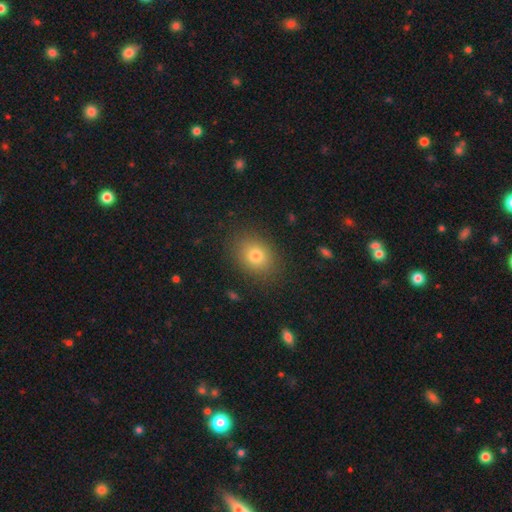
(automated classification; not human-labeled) Smooth or featured? smooth (79%)
How rounded? in between (54%)
Merging? none (86%)